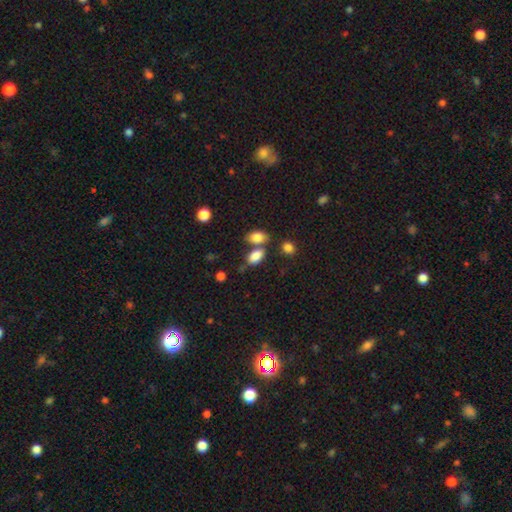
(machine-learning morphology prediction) Smooth or featured: smooth — 85% (star or artifact — 9%)
How rounded: in between — 89% (round — 9%)
Merging: none — 51% (merger — 30%)